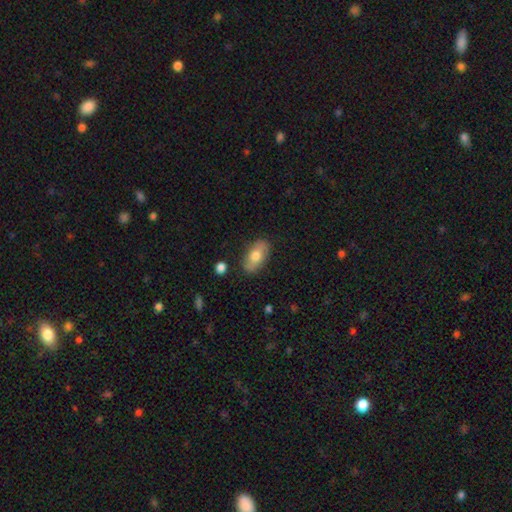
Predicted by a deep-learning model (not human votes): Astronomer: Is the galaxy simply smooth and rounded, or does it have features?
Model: smooth — 68%.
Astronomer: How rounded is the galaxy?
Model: in between — 91%.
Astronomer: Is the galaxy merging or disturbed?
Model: none — 80%.